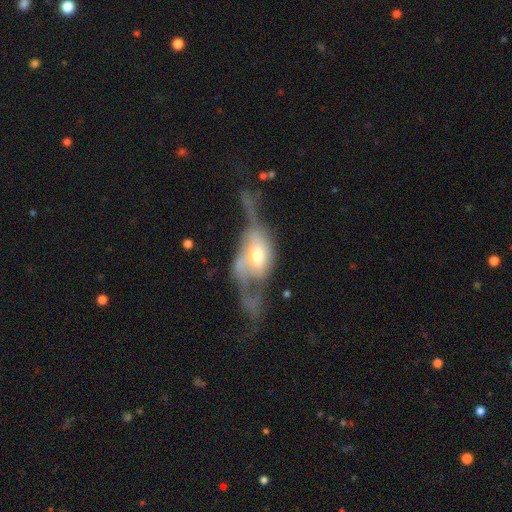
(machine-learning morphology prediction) Smooth or featured? featured or disk (59%)
Edge-on disk? no (74%)
Merging? major disturbance (55%)